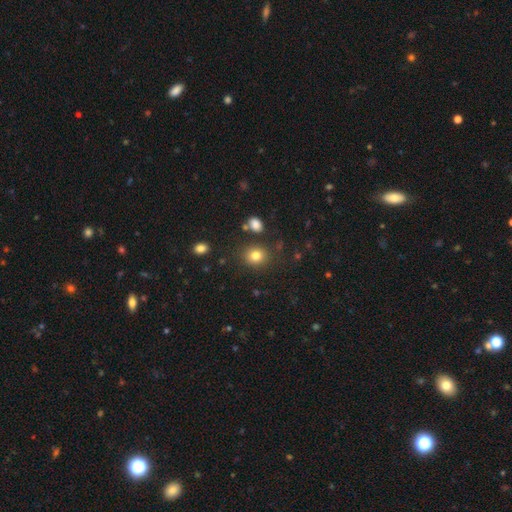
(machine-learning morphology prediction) type=smooth (81%); roundness=round (74%); merging=none (84%).